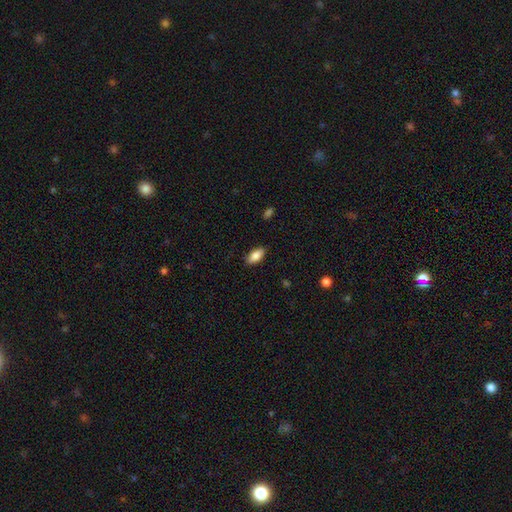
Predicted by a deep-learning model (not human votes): Smooth or featured?
  - smooth: 83% *
  - featured or disk: 10%
  - star or artifact: 7%
How rounded?
  - in between: 88% *
  - cigar-shaped: 9%
  - round: 3%
Merging?
  - none: 87% *
  - minor disturbance: 10%
  - major disturbance: 2%
  - merger: 1%